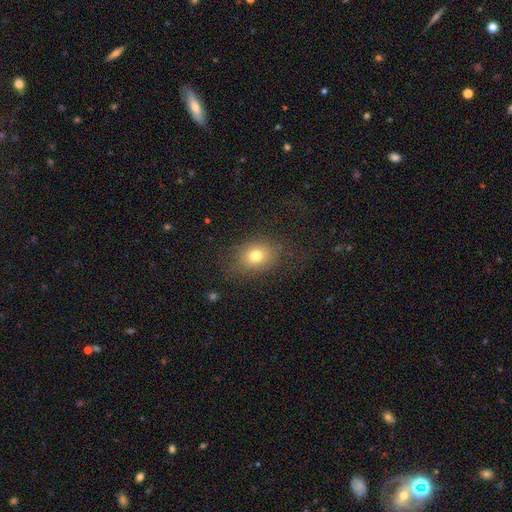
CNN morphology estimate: Smooth or featured? Predicted: smooth (p=0.75). How rounded? Predicted: in between (p=0.54). Merging? Predicted: none (p=0.76).